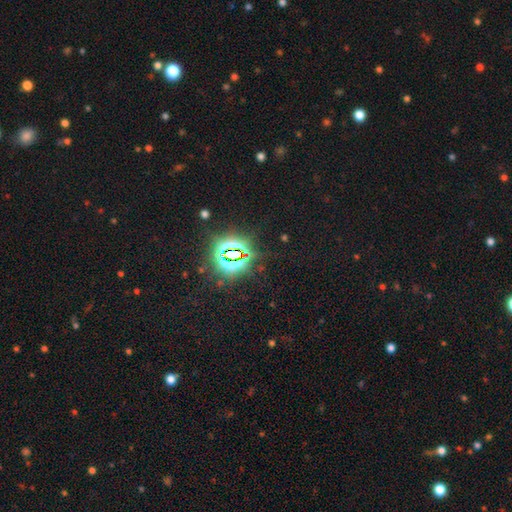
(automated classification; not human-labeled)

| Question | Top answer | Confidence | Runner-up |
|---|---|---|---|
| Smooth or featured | star or artifact | 85% | smooth (9%) |